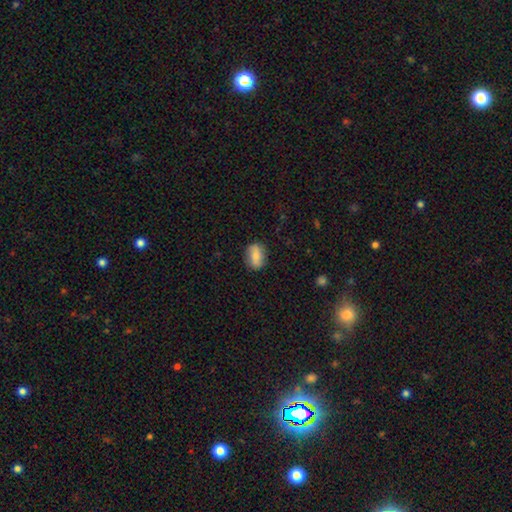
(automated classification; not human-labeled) smooth_or_featured: smooth (p=0.71) [alt: featured or disk p=0.22]
how_rounded: in between (p=0.77) [alt: round p=0.20]
merging: none (p=0.82) [alt: minor disturbance p=0.14]